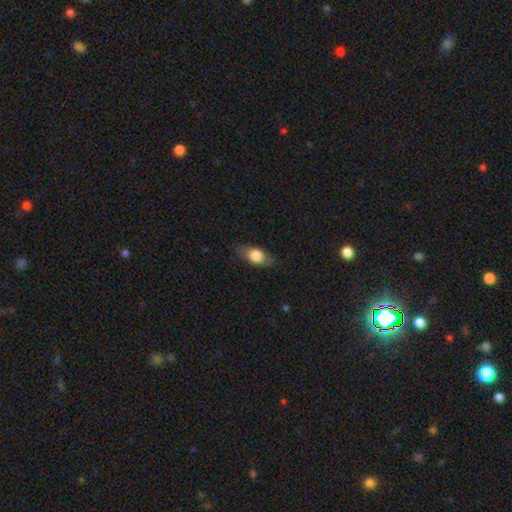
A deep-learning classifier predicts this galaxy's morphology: Smooth or featured?
  - smooth: 73% *
  - featured or disk: 20%
  - star or artifact: 7%
How rounded?
  - in between: 76% *
  - round: 15%
  - cigar-shaped: 9%
Merging?
  - none: 79% *
  - minor disturbance: 15%
  - major disturbance: 4%
  - merger: 1%